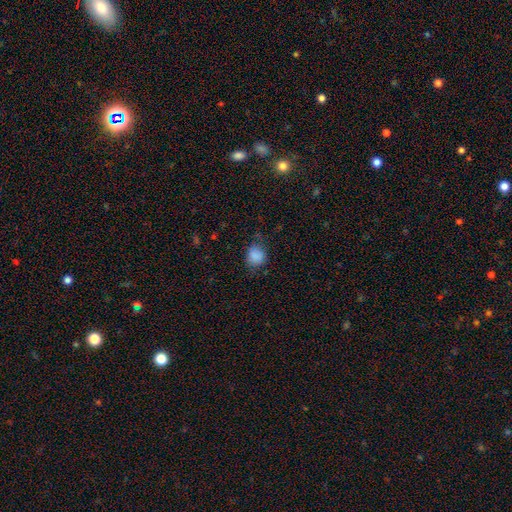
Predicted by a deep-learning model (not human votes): Smooth or featured: smooth — 86% (star or artifact — 9%)
How rounded: round — 69% (in between — 31%)
Merging: none — 69% (minor disturbance — 23%)